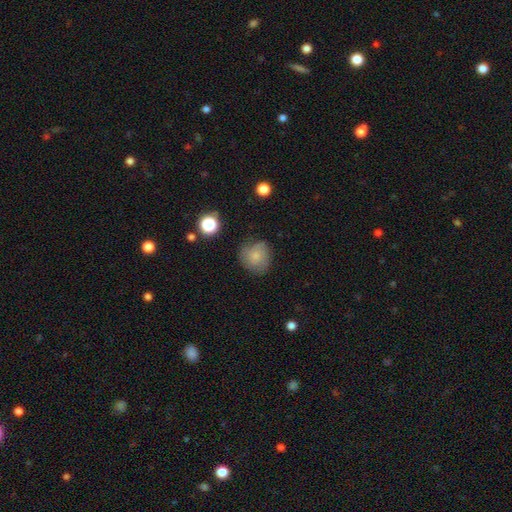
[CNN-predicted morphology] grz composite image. It shows a smooth galaxy with no disk features (67%) that is round (83%). Merging: none (64%).